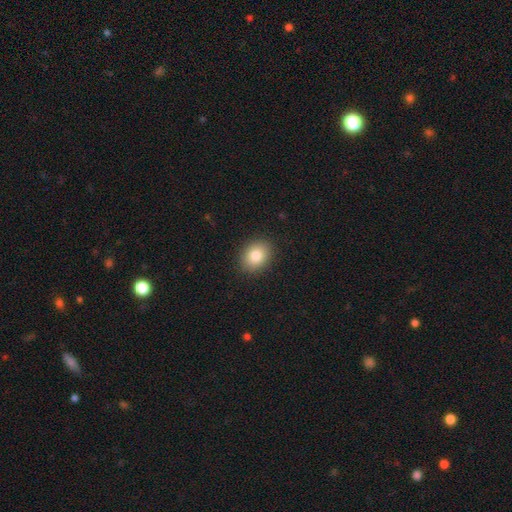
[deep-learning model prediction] This is clearly a smooth galaxy (83%). How rounded: possibly in between (53%). Merging: clearly none (89%).